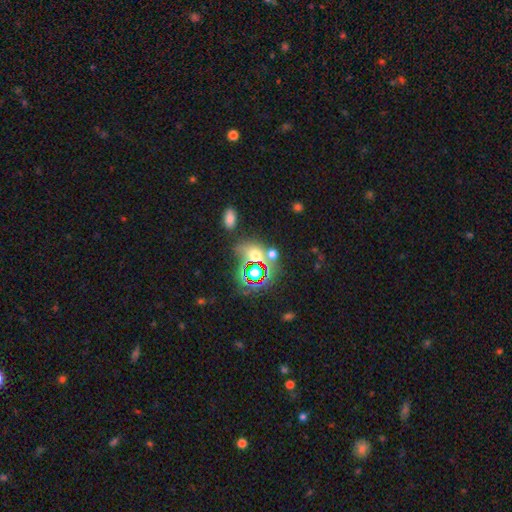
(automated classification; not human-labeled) Q: Smooth or featured?
A: star or artifact (44%); tied with: smooth (44%)